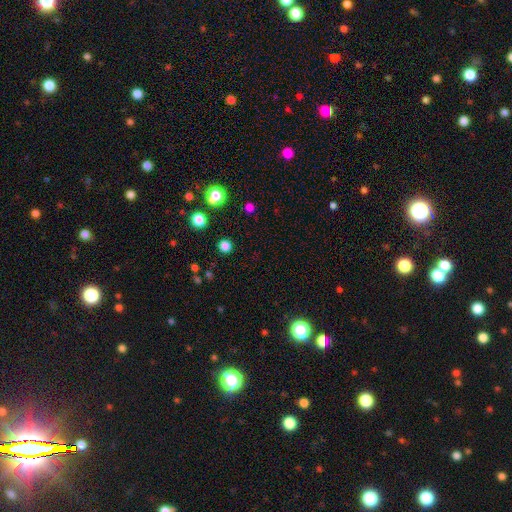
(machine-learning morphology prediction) Overall: smooth (52%; star or artifact 42%). How rounded: round (90%). Merging: none (88%).